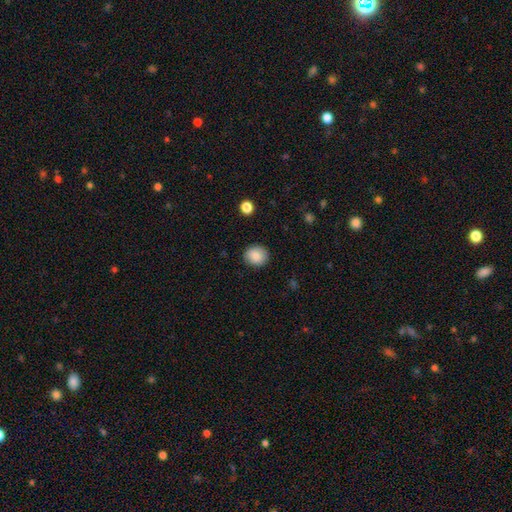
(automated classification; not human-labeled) smooth 87%, star or artifact 8%, featured or disk 5%. Down the decision tree: how rounded — round (81%); merging — none (89%).